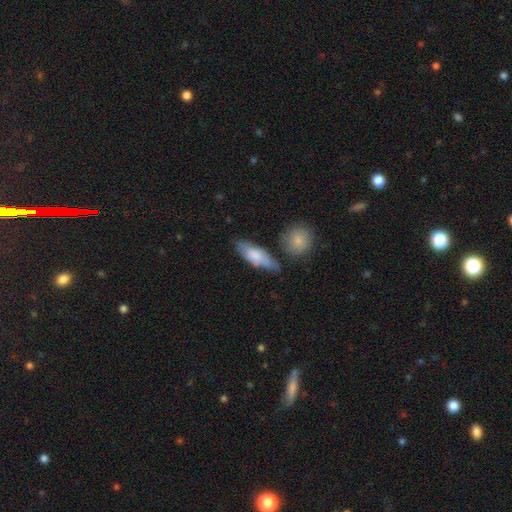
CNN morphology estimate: Overall: smooth (74%). How rounded: in between (70%). Merging: none (56%; minor disturbance 26%).